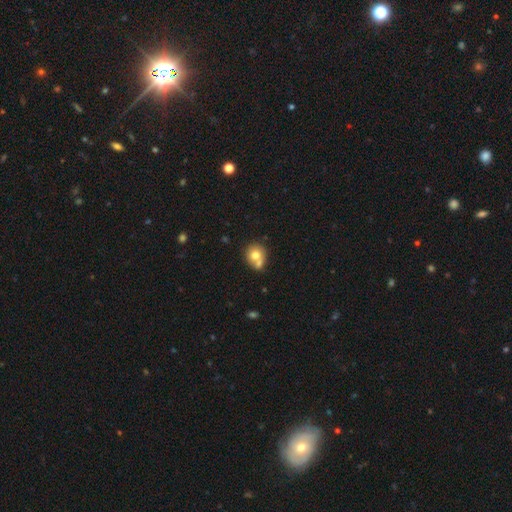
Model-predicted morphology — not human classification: type=smooth (72%); roundness=round (76%); merging=merger (45%).